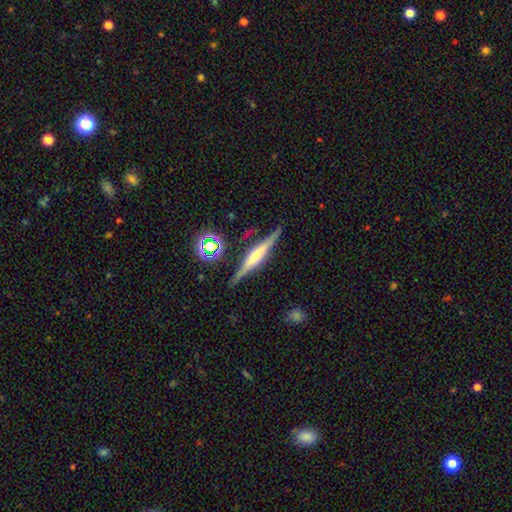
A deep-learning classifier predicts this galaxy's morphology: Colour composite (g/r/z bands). It shows a featured or disk galaxy (70%) viewed edge-on (96%) with a rounded central bulge (68%). Merging: none (84%).